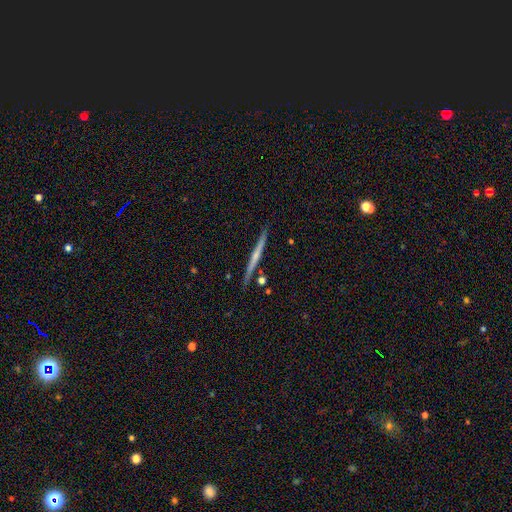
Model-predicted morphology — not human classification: This is likely a featured or disk galaxy (64%). It is clearly viewed edge-on (98%). Edge-on bulge: possibly none (53%). Merging: clearly none (87%).